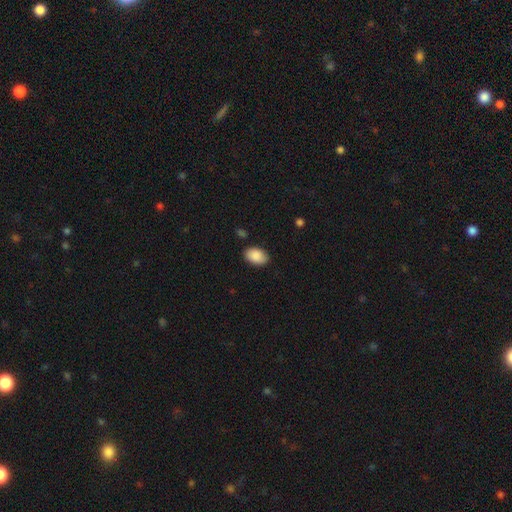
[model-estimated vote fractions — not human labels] This is clearly a smooth galaxy (90%). How rounded: clearly in between (89%). Merging: clearly none (86%).